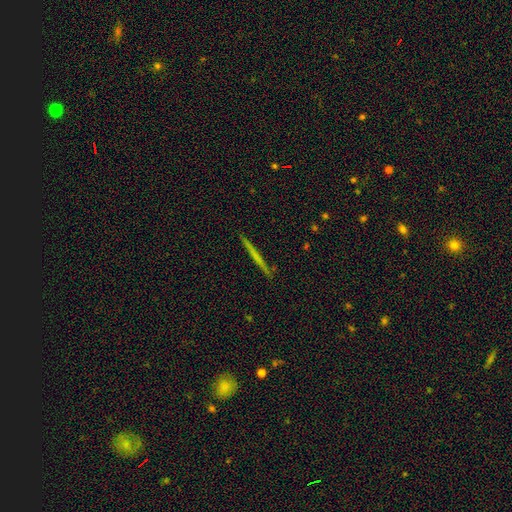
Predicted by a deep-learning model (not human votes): smooth_or_featured: featured or disk (p=0.48) [alt: smooth p=0.45]
merging: none (p=0.92) [alt: minor disturbance p=0.06]